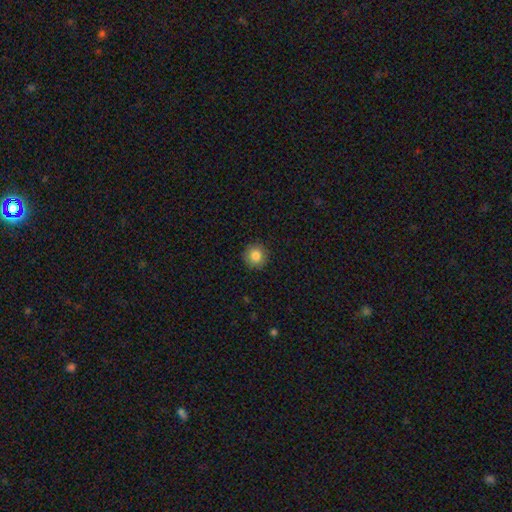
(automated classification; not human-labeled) Smooth or featured?
  - smooth: 84% *
  - star or artifact: 9%
  - featured or disk: 7%
How rounded?
  - round: 94% *
  - in between: 5%
  - cigar-shaped: 1%
Merging?
  - none: 90% *
  - minor disturbance: 7%
  - major disturbance: 2%
  - merger: 1%